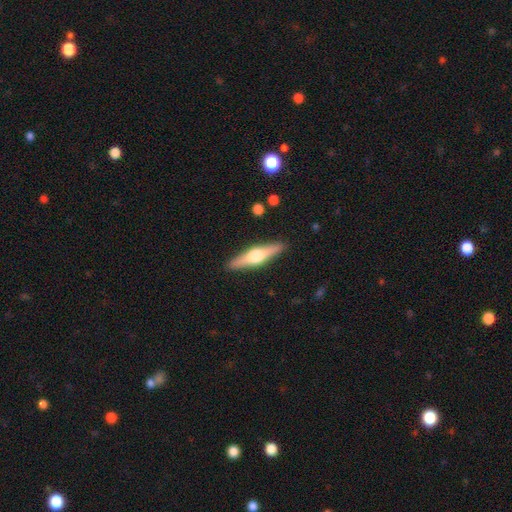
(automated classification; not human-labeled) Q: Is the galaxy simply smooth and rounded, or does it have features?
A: featured or disk — 60%.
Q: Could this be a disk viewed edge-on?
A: yes — 96%.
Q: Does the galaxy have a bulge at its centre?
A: rounded — 93%.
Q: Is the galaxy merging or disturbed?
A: none — 90%.